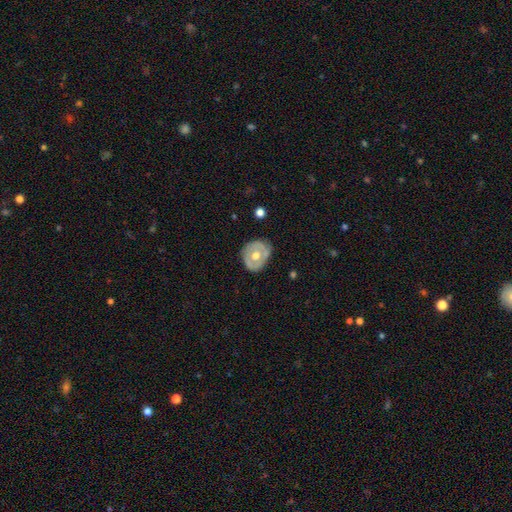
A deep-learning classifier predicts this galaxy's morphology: smooth_or_featured: featured or disk (p=0.56) [alt: smooth p=0.38]
disk_edge_on: no (p=0.94) [alt: yes p=0.06]
bar: no (p=0.83) [alt: weak p=0.13]
has_spiral_arms: no (p=0.74) [alt: yes p=0.26]
bulge_size: moderate (p=0.80) [alt: large p=0.10]
merging: none (p=0.73) [alt: minor disturbance p=0.20]